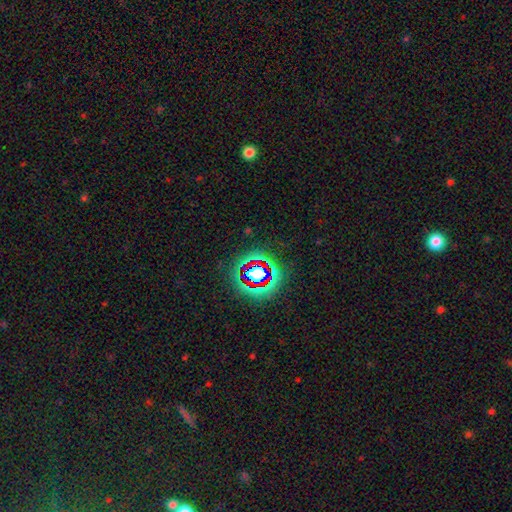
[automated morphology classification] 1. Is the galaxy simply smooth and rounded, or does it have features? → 79% star or artifact, 12% smooth, 10% featured or disk.